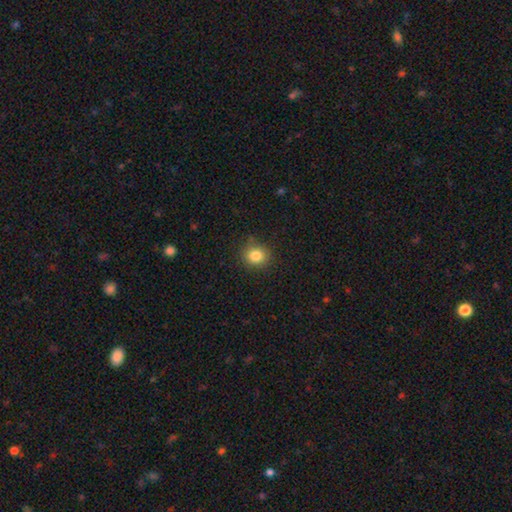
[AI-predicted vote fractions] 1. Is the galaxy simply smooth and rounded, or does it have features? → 83% smooth, 11% star or artifact, 5% featured or disk.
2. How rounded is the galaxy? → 81% round, 18% in between, 1% cigar-shaped.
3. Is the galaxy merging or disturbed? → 86% none, 9% minor disturbance, 3% major disturbance, 1% merger.